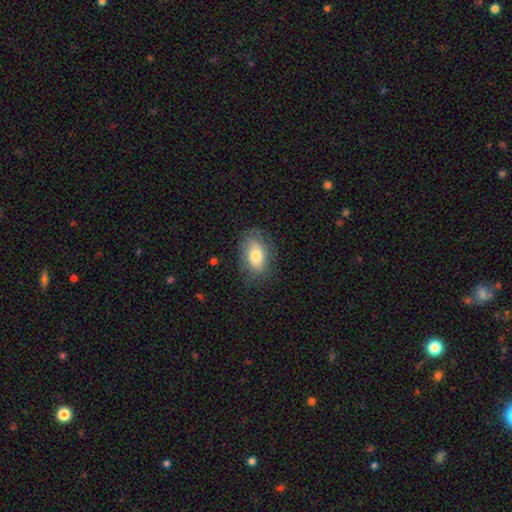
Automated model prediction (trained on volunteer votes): Overall: smooth (73%). How rounded: in between (88%). Merging: none (77%).